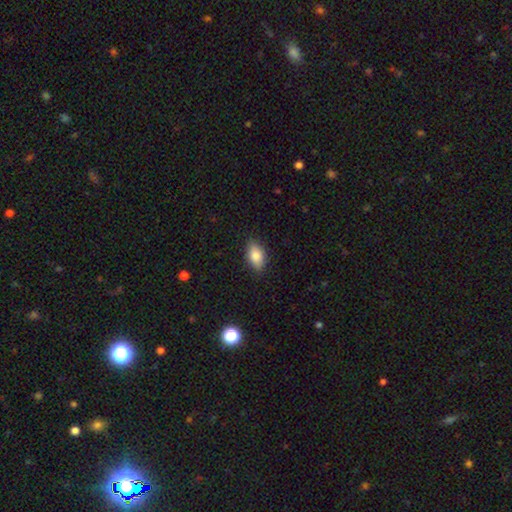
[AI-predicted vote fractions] Smooth or featured: smooth — 82% (featured or disk — 11%)
How rounded: in between — 89% (round — 8%)
Merging: none — 84% (minor disturbance — 13%)